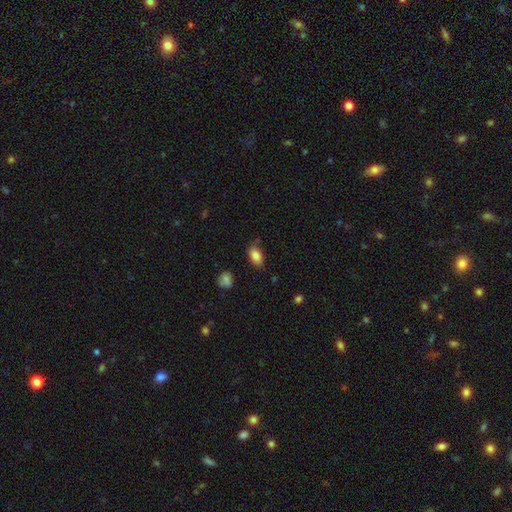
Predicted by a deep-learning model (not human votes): smooth 85%, star or artifact 8%, featured or disk 7%. Down the decision tree: how rounded — in between (90%); merging — none (73%).